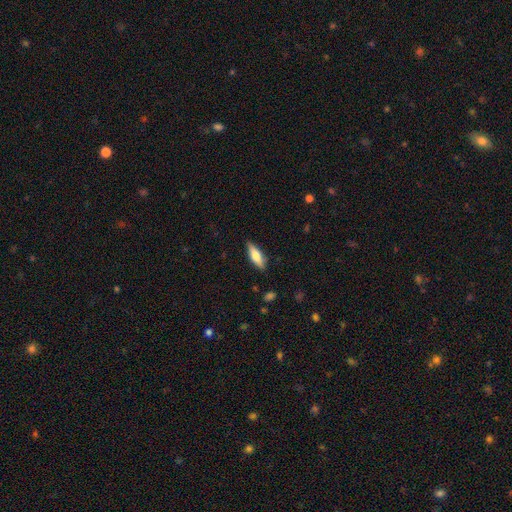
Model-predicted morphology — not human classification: Q: Smooth or featured?
A: smooth (67%); runner-up: featured or disk (27%)
Q: How rounded?
A: in between (53%); runner-up: cigar-shaped (45%)
Q: Merging?
A: none (86%); runner-up: minor disturbance (11%)